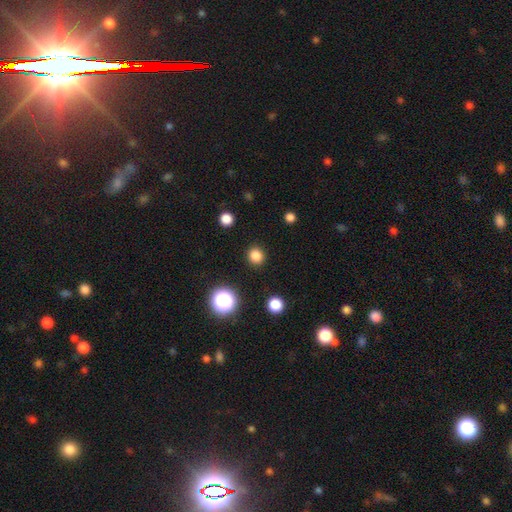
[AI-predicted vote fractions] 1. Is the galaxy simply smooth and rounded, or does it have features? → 83% smooth, 14% star or artifact, 4% featured or disk.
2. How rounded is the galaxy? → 90% round, 9% in between, 1% cigar-shaped.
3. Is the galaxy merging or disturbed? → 91% none, 6% minor disturbance, 2% major disturbance, 1% merger.